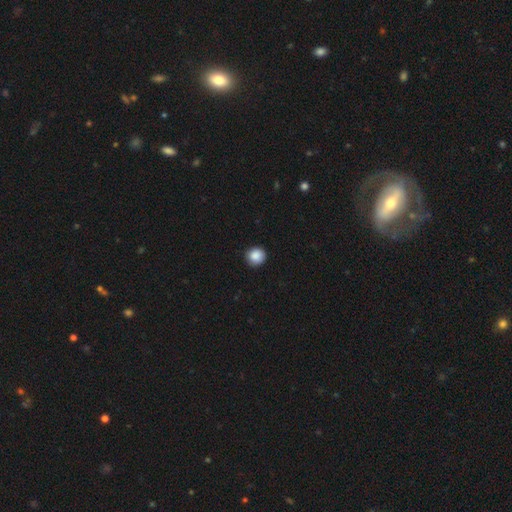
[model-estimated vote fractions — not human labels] This is clearly a smooth galaxy (88%). How rounded: clearly round (91%). Merging: clearly none (90%).